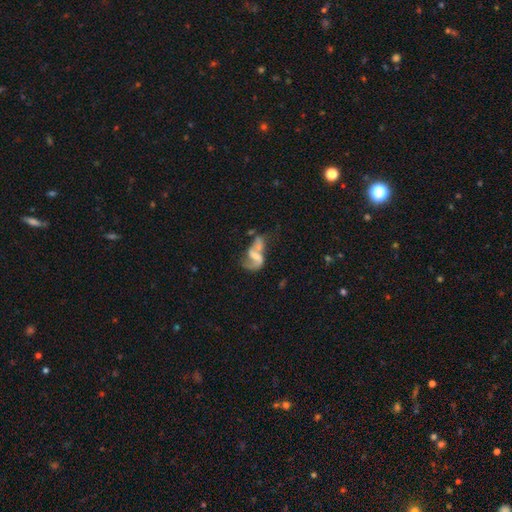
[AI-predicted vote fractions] A featured or disk galaxy (67%) with a weak bar (39%), spiral arms (71%) and no central bulge (37%).

Vote fractions:
- Smooth or featured? featured or disk: 67% / smooth: 24% / star or artifact: 10%
- Edge-on disk? no: 97% / yes: 3%
- Bar? weak: 39% / no: 37% / strong: 24%
- Spiral arms? yes: 71% / no: 29%
- Bulge size? none: 37% / small: 30% / moderate: 25% / large: 6% / dominant: 2%
- Merging? merger: 33% / major disturbance: 30% / none: 22% / minor disturbance: 15%